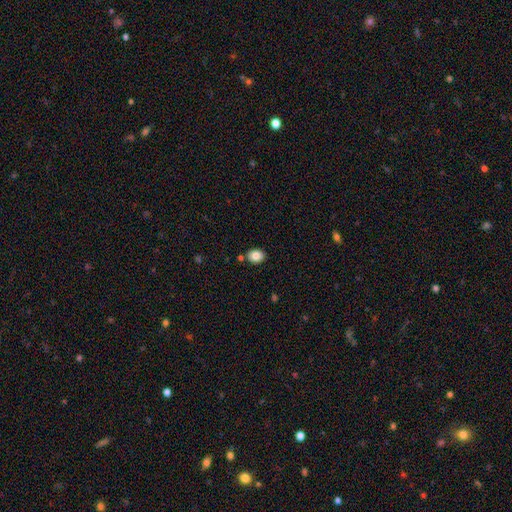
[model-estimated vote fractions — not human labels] smooth 83%, star or artifact 9%, featured or disk 8%. Down the decision tree: how rounded — round (50%); merging — none (83%).